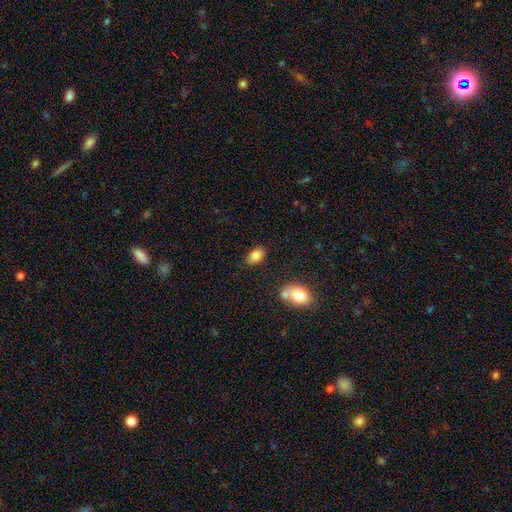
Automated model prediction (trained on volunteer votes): A smooth galaxy with no disk features (84%) that is in between round and cigar-shaped (89%).

Vote fractions:
- Smooth or featured? smooth: 84% / star or artifact: 9% / featured or disk: 7%
- How rounded? in between: 89% / round: 9% / cigar-shaped: 2%
- Merging? none: 79% / minor disturbance: 13% / merger: 5% / major disturbance: 3%